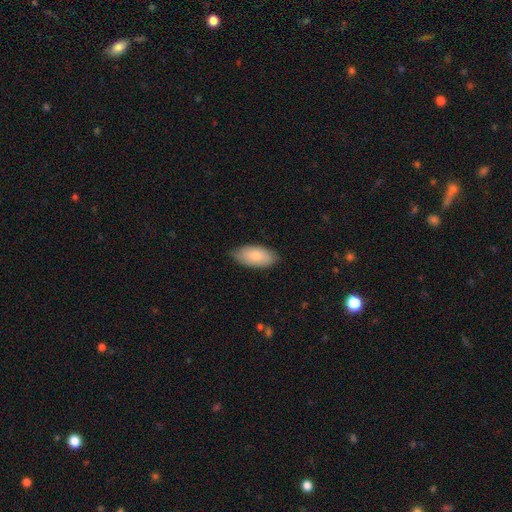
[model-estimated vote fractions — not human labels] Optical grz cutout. It shows a smooth galaxy with no disk features (82%) that is in between round and cigar-shaped (94%). Merging: none (77%).